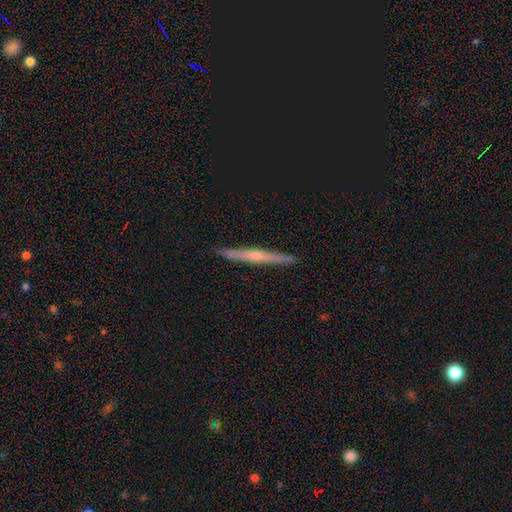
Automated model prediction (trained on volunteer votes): Morphology: type=featured or disk (66%); edge-on=yes (97%); edge-on bulge=rounded (63%); merging=none (91%).